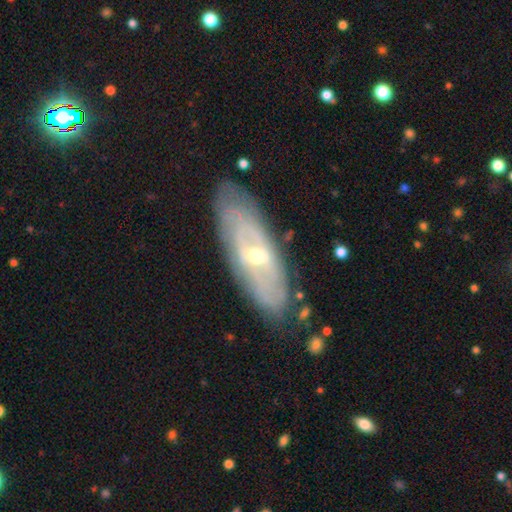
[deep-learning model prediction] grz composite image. It shows a featured or disk galaxy (75%) with a weak bar (43%), spiral arms (66%) and a small central bulge (50%). Merging: none (83%).